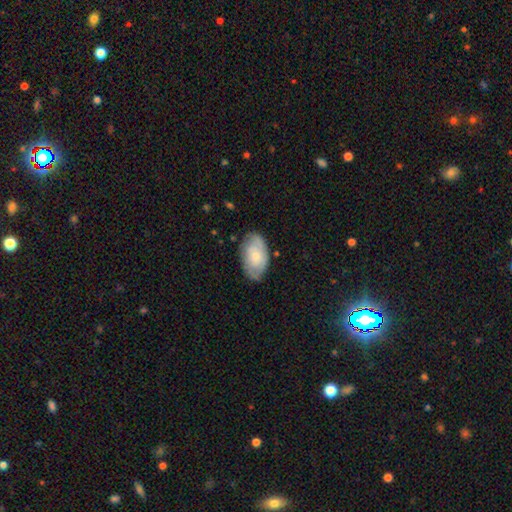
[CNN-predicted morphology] A smooth galaxy with no disk features (57%) that is in between round and cigar-shaped (92%).

Vote fractions:
- Smooth or featured? smooth: 57% / featured or disk: 37% / star or artifact: 6%
- How rounded? in between: 92% / round: 6% / cigar-shaped: 2%
- Merging? none: 72% / minor disturbance: 22% / major disturbance: 5% / merger: 2%